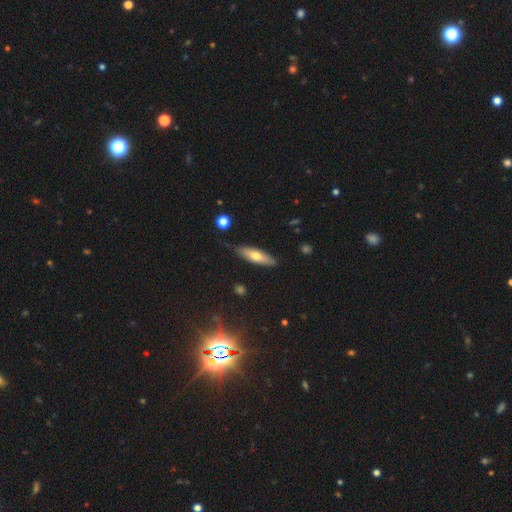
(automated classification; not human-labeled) Q: Smooth or featured?
A: smooth (59%); runner-up: featured or disk (35%)
Q: How rounded?
A: cigar-shaped (56%); runner-up: in between (42%)
Q: Merging?
A: none (78%); runner-up: minor disturbance (17%)